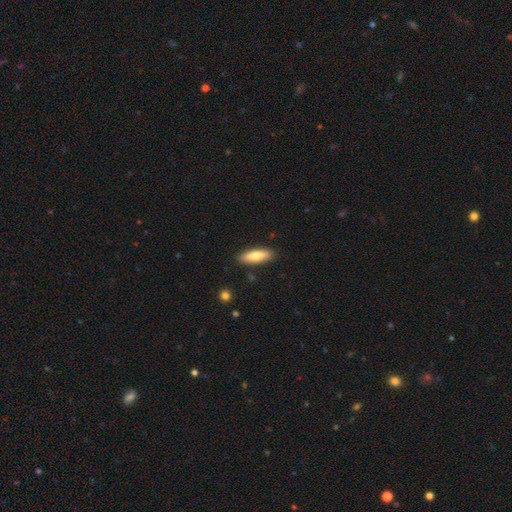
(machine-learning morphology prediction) This appears to be a smooth galaxy with no disk features (72%) that is cigar-shaped (50%). Merging: none (88%).